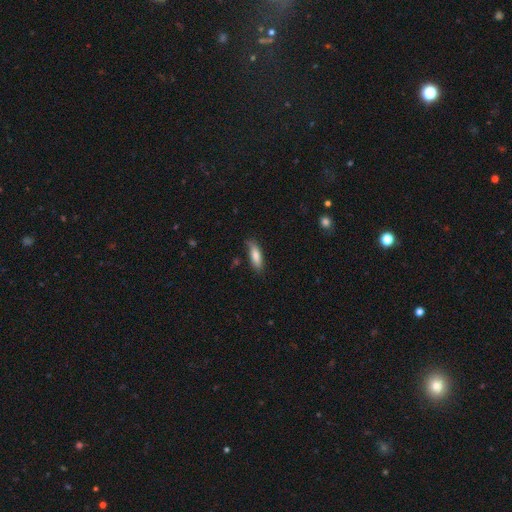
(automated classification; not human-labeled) The model was most divided on "how rounded": in between: 50%, cigar-shaped: 49%, round: 2%. More confident: smooth or featured — smooth (79%); merging — none (72%).